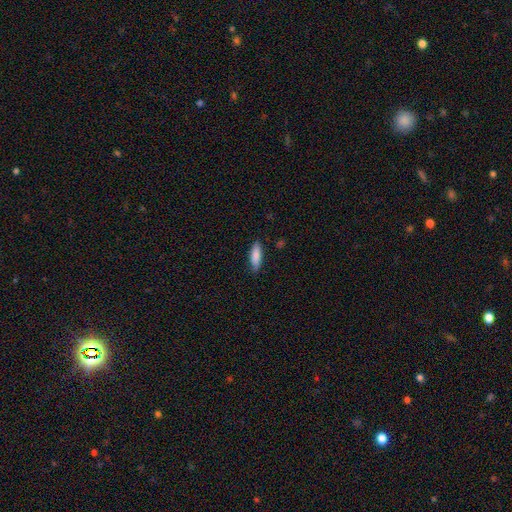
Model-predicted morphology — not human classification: A smooth galaxy with no disk features (85%) that is cigar-shaped (52%). Merging: none (81%).